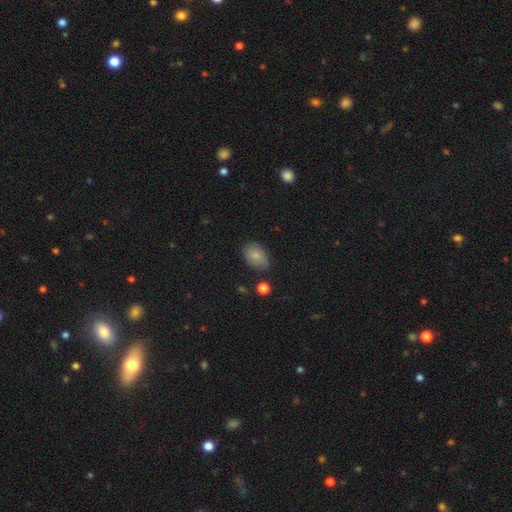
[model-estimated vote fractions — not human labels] Morphology: type=smooth (79%); roundness=in between (81%); merging=none (74%).